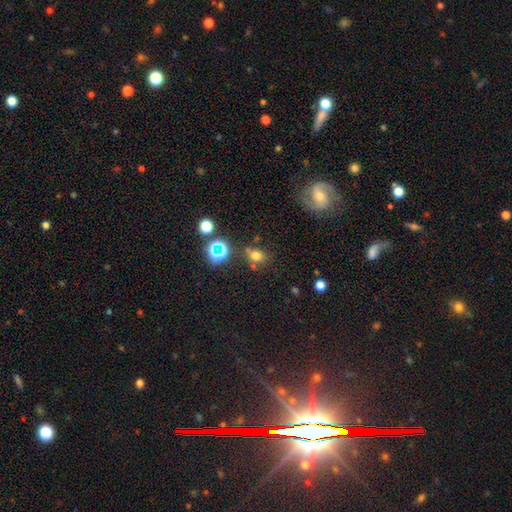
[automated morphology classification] A smooth galaxy with no disk features (67%) that is round (50%).

Vote fractions:
- Smooth or featured? smooth: 67% / star or artifact: 24% / featured or disk: 9%
- How rounded? round: 50% / in between: 48% / cigar-shaped: 1%
- Merging? none: 71% / minor disturbance: 14% / merger: 9% / major disturbance: 5%